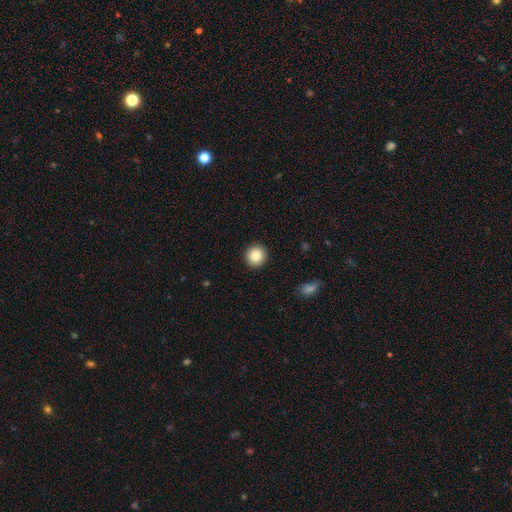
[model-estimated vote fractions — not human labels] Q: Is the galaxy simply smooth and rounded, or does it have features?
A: smooth — 86%.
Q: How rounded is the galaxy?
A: round — 94%.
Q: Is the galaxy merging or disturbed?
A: none — 92%.